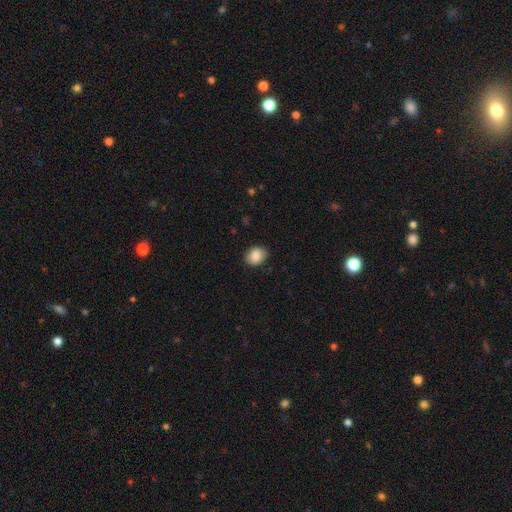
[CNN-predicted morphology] This appears to be a smooth galaxy with no disk features (87%) that is in between round and cigar-shaped (56%). Merging: none (87%).